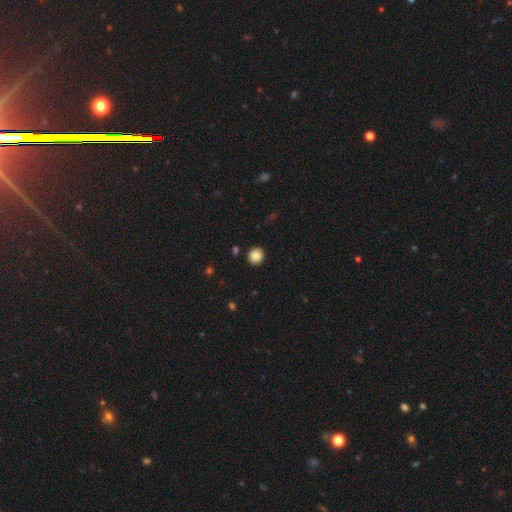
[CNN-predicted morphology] The model was most divided on "smooth or featured": smooth: 87%, star or artifact: 9%, featured or disk: 4%. More confident: merging — none (91%); how rounded — round (90%).